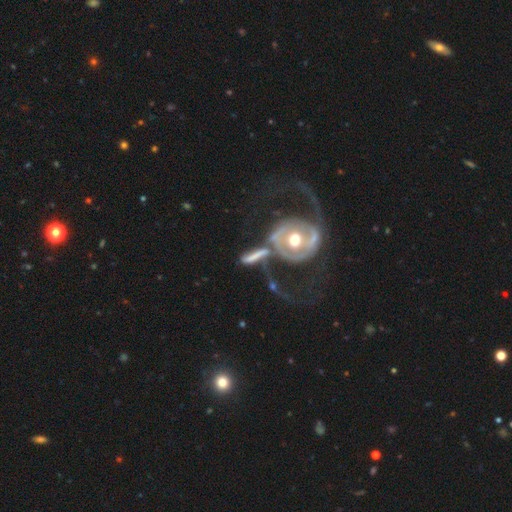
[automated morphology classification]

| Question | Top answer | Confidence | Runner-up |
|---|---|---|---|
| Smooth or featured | featured or disk | 54% | smooth (38%) |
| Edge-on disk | no | 72% | yes (28%) |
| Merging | merger | 33% | none (32%) |